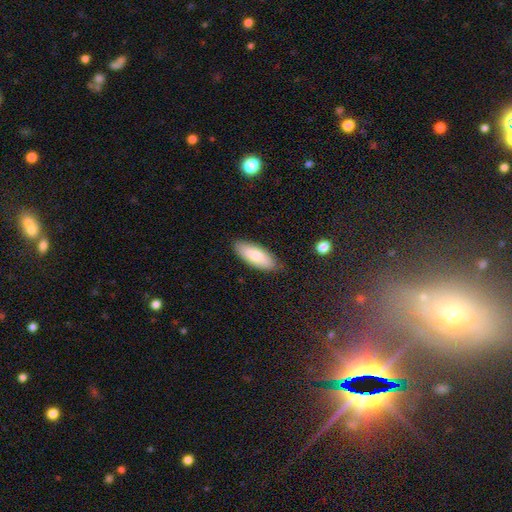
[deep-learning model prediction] A smooth galaxy with no disk features (82%) that is in between round and cigar-shaped (75%). Merging: none (82%).